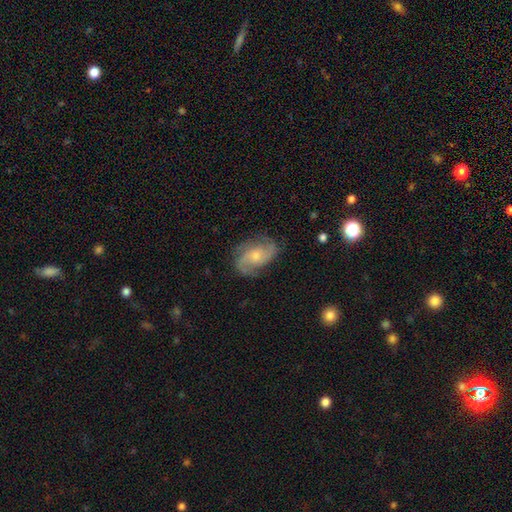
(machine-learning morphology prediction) Smooth or featured? Predicted: featured or disk (p=0.76). Edge-on disk? Predicted: no (p=0.97). Bar? Predicted: no (p=0.62). Spiral arms? Predicted: yes (p=0.94). Spiral winding? Predicted: medium (p=0.48). Spiral arm count? Predicted: 2 (p=0.76). Bulge size? Predicted: small (p=0.46). Merging? Predicted: none (p=0.75).